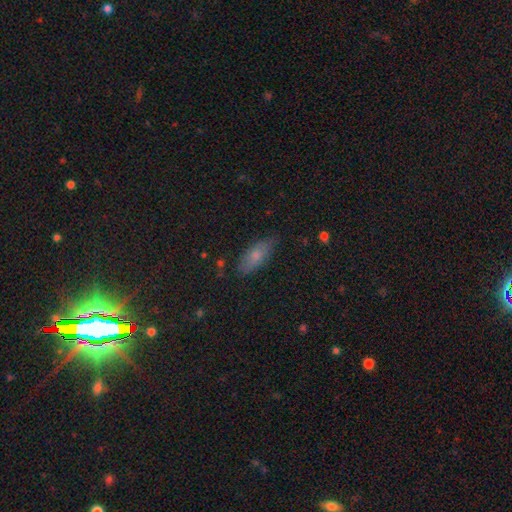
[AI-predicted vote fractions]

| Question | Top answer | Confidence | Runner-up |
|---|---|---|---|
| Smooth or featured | smooth | 71% | featured or disk (20%) |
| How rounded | in between | 75% | cigar-shaped (22%) |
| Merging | none | 77% | minor disturbance (18%) |